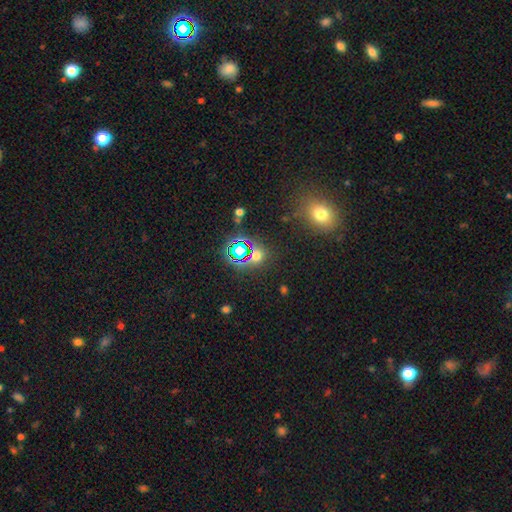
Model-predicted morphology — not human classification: smooth_or_featured: star or artifact (p=0.59) [alt: smooth p=0.33]